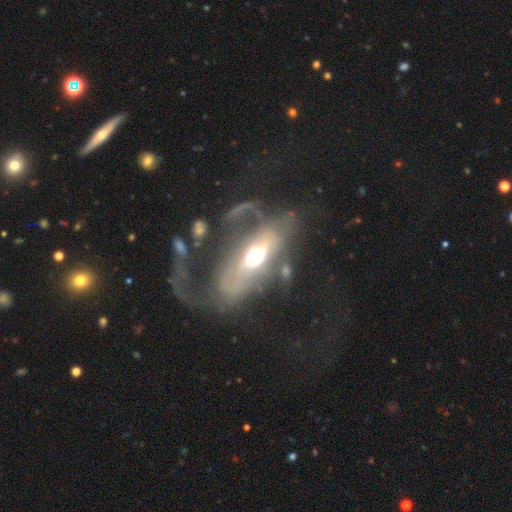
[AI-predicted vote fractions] smooth_or_featured: featured or disk (p=0.67) [alt: smooth p=0.24]
disk_edge_on: no (p=0.85) [alt: yes p=0.15]
bar: no (p=0.62) [alt: weak p=0.22]
has_spiral_arms: yes (p=0.50) [tied with: no p=0.50]
bulge_size: moderate (p=0.57) [alt: large p=0.30]
merging: major disturbance (p=0.51) [alt: none p=0.25]